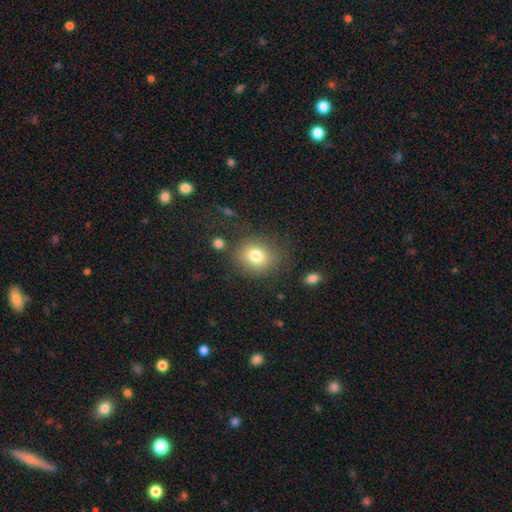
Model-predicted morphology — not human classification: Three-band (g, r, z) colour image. It shows a smooth galaxy with no disk features (79%) that is round (73%). Merging: none (79%).